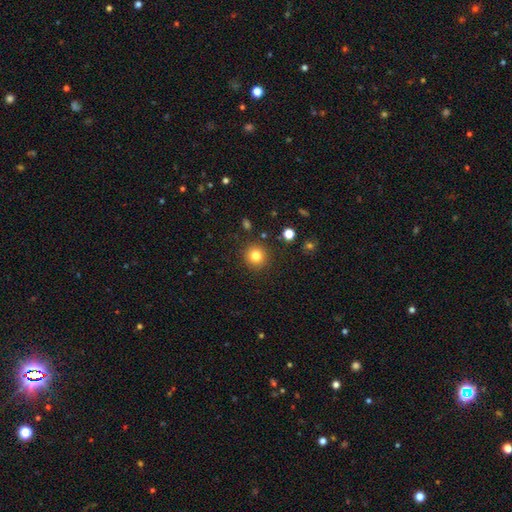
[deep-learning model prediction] Smooth or featured? Predicted: smooth (p=0.81). How rounded? Predicted: round (p=0.94). Merging? Predicted: none (p=0.90).